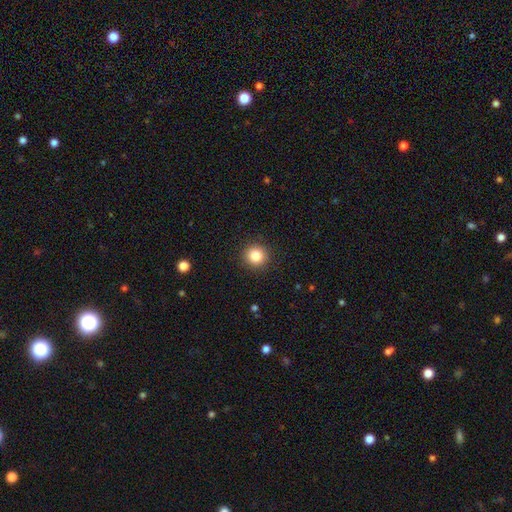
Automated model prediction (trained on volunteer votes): The model was most divided on "smooth or featured": smooth: 84%, star or artifact: 11%, featured or disk: 5%. More confident: how rounded — round (94%); merging — none (91%).